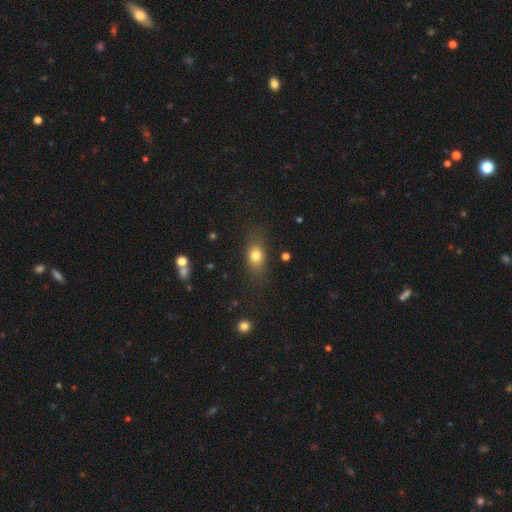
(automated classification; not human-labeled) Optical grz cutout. It shows a smooth galaxy with no disk features (77%) that is in between round and cigar-shaped (67%). Merging: none (75%).